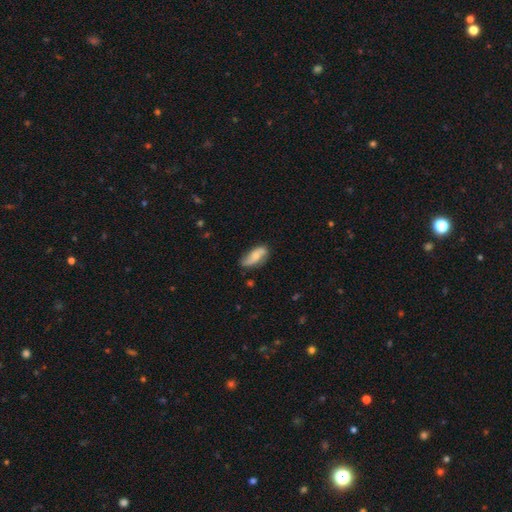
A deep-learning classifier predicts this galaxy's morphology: A featured or disk galaxy (53%). Merging: none (69%).